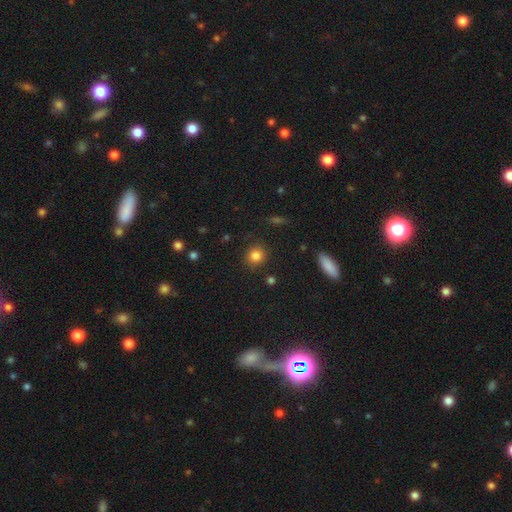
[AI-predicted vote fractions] Smooth or featured?
  - smooth: 83% *
  - star or artifact: 11%
  - featured or disk: 6%
How rounded?
  - round: 84% *
  - in between: 15%
  - cigar-shaped: 1%
Merging?
  - none: 85% *
  - minor disturbance: 9%
  - major disturbance: 3%
  - merger: 2%